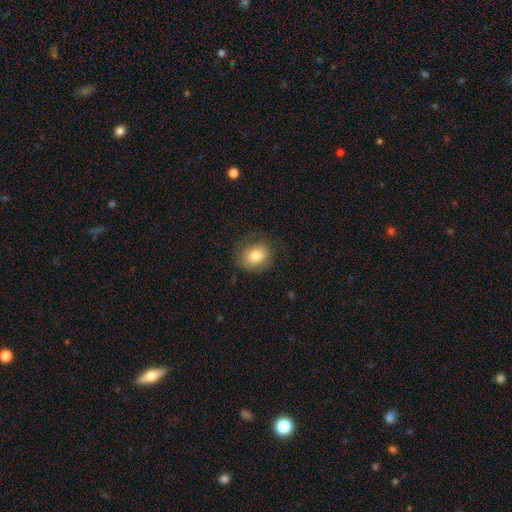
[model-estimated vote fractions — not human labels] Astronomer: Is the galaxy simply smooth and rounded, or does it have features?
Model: smooth — 74%.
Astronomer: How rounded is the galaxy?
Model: round — 63%.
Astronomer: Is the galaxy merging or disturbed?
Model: none — 68%.